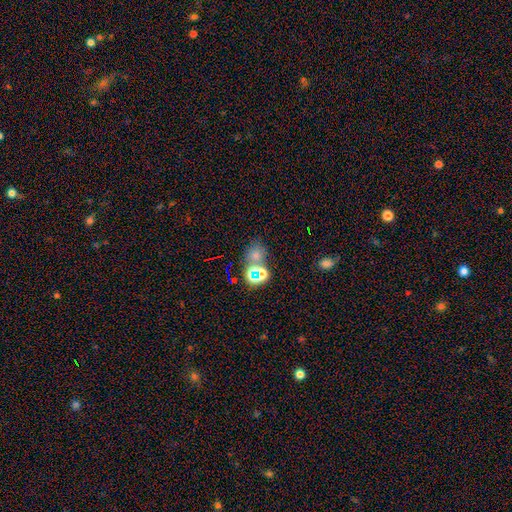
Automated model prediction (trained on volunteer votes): Morphology: type=smooth (57%); roundness=round (65%); merging=none (54%).